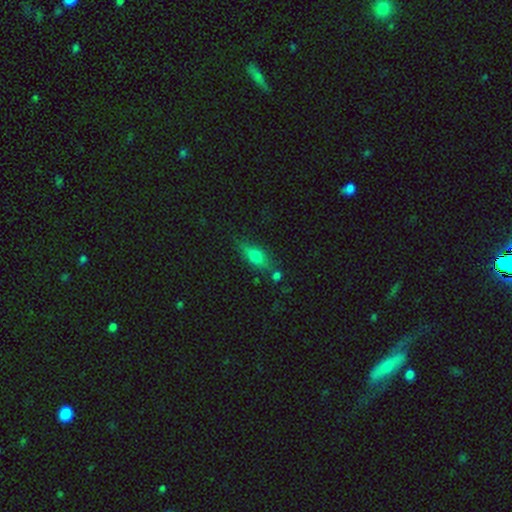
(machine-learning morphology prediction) smooth-or-featured: smooth: 66% | featured or disk: 23% | star or artifact: 12%
  how-rounded: in between: 69% | cigar-shaped: 25% | round: 7%
  merging: none: 64% | minor disturbance: 21% | merger: 8% | major disturbance: 7%